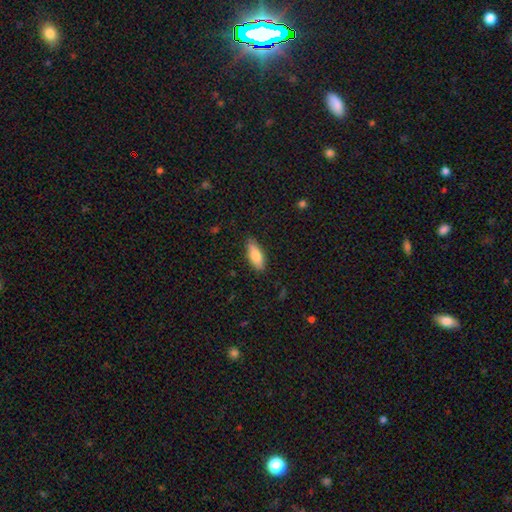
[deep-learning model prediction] Smooth or featured? smooth (77%)
How rounded? in between (71%)
Merging? none (85%)